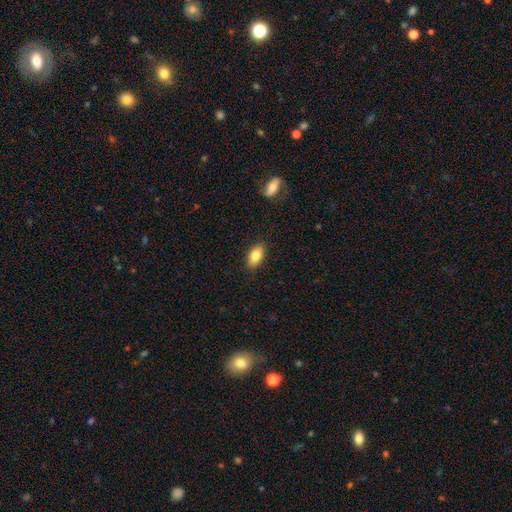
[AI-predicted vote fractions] smooth 82%, featured or disk 11%, star or artifact 7%. Down the decision tree: how rounded — in between (91%); merging — none (88%).